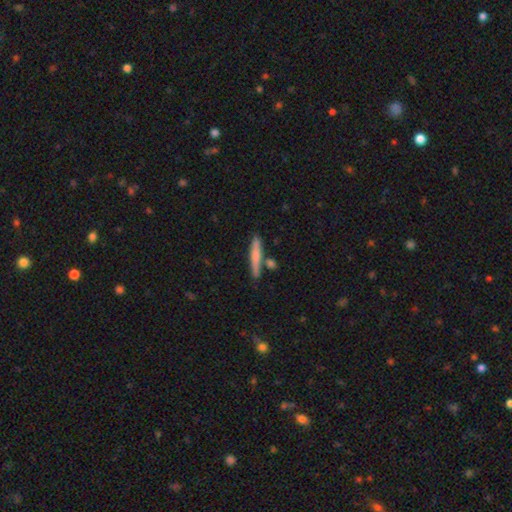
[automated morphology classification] This is likely a smooth galaxy (64%). How rounded: clearly cigar-shaped (92%). Merging: likely none (79%).